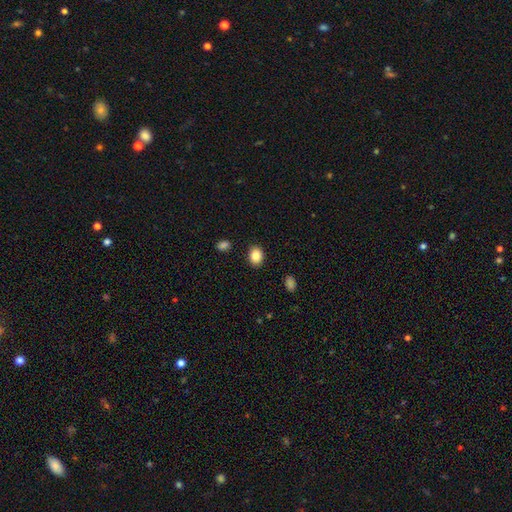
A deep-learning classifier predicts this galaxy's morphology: Smooth or featured?
  - smooth: 86% *
  - star or artifact: 9%
  - featured or disk: 6%
How rounded?
  - in between: 57% *
  - round: 43%
  - cigar-shaped: 1%
Merging?
  - none: 89% *
  - minor disturbance: 8%
  - major disturbance: 2%
  - merger: 2%